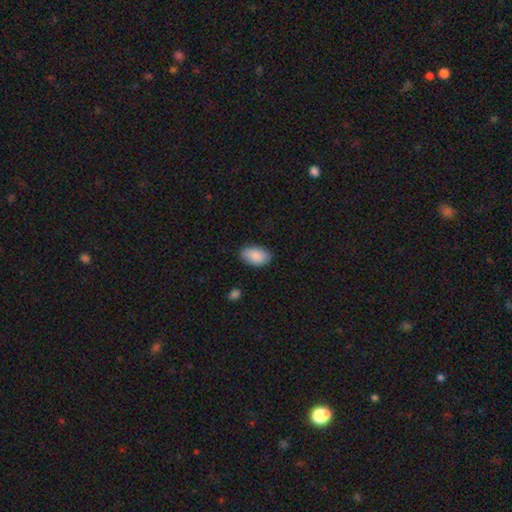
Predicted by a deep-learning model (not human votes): This appears to be a smooth galaxy with no disk features (88%) that is in between round and cigar-shaped (94%). Merging: none (85%).